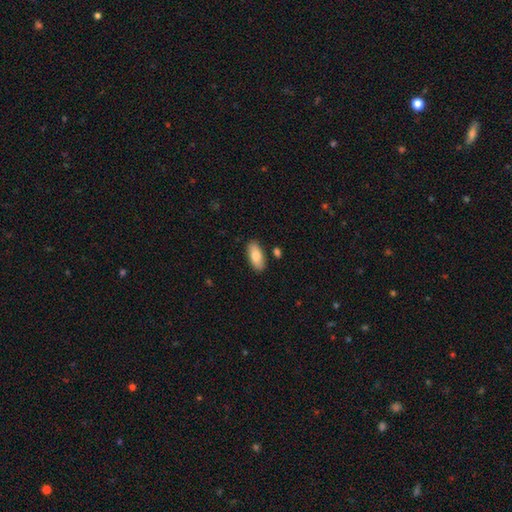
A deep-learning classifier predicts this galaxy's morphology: This appears to be a smooth galaxy with no disk features (80%) that is in between round and cigar-shaped (87%). Merging: none (86%).